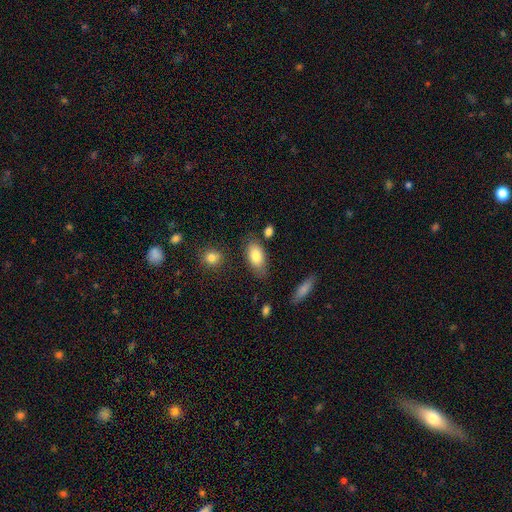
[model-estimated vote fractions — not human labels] A smooth galaxy with no disk features (83%) that is in between round and cigar-shaped (92%).

Vote fractions:
- Smooth or featured? smooth: 83% / featured or disk: 11% / star or artifact: 7%
- How rounded? in between: 92% / cigar-shaped: 4% / round: 4%
- Merging? none: 73% / minor disturbance: 18% / major disturbance: 4% / merger: 4%